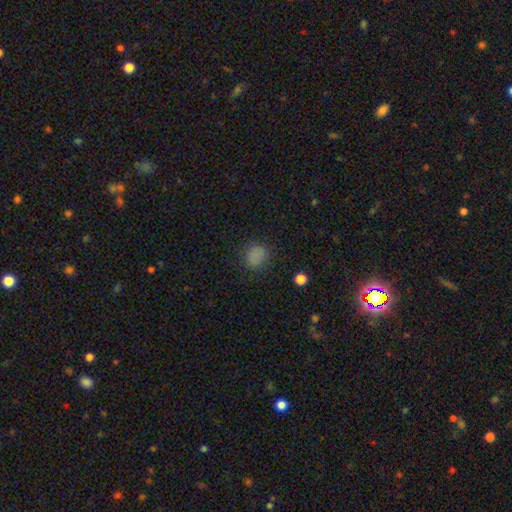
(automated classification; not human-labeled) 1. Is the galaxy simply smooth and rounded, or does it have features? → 80% smooth, 15% star or artifact, 5% featured or disk.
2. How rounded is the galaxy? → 65% round, 34% in between, 1% cigar-shaped.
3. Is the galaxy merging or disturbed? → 82% none, 13% minor disturbance, 4% major disturbance, 1% merger.